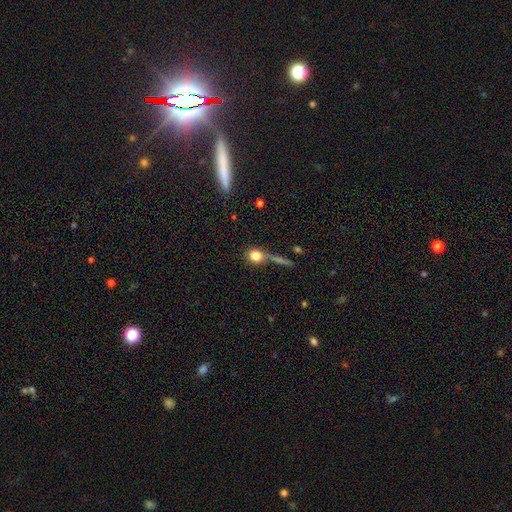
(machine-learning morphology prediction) This is likely a smooth galaxy (77%). How rounded: likely round (79%). Merging: possibly none (55%).